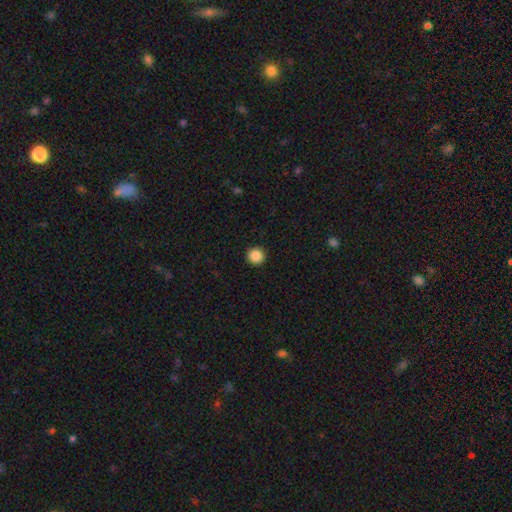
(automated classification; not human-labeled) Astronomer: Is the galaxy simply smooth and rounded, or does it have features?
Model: smooth — 88%.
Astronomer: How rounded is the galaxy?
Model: round — 95%.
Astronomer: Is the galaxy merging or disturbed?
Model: none — 94%.